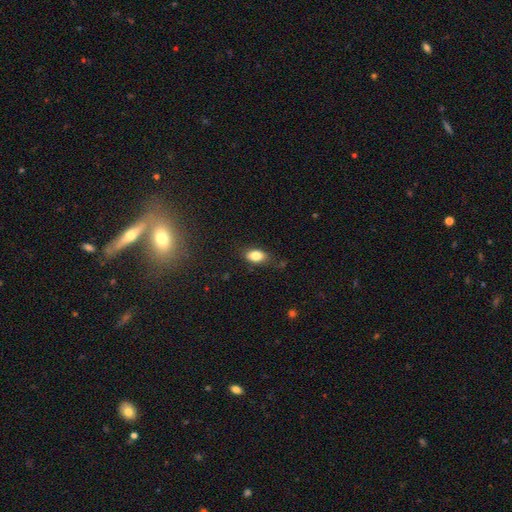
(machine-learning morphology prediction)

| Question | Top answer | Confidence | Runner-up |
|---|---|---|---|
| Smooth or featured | smooth | 82% | featured or disk (9%) |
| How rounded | in between | 86% | round (11%) |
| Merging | none | 77% | minor disturbance (17%) |